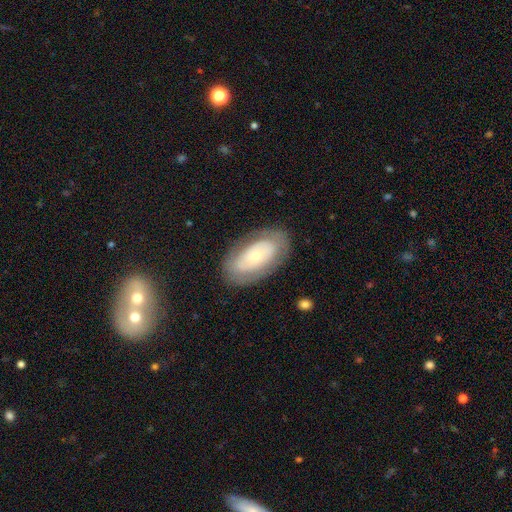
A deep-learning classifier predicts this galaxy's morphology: The model was most divided on "smooth or featured": featured or disk: 53%, smooth: 40%, star or artifact: 7%. More confident: edge-on disk — no (91%); merging — none (79%).